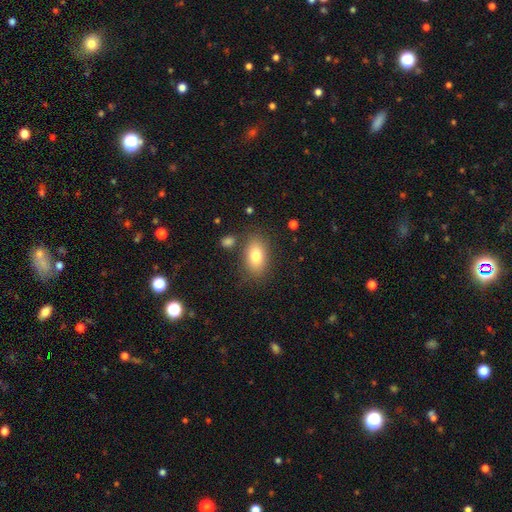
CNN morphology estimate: A smooth galaxy with no disk features (80%) that is in between round and cigar-shaped (89%).

Vote fractions:
- Smooth or featured? smooth: 80% / featured or disk: 12% / star or artifact: 8%
- How rounded? in between: 89% / round: 8% / cigar-shaped: 3%
- Merging? none: 80% / minor disturbance: 12% / merger: 4% / major disturbance: 4%